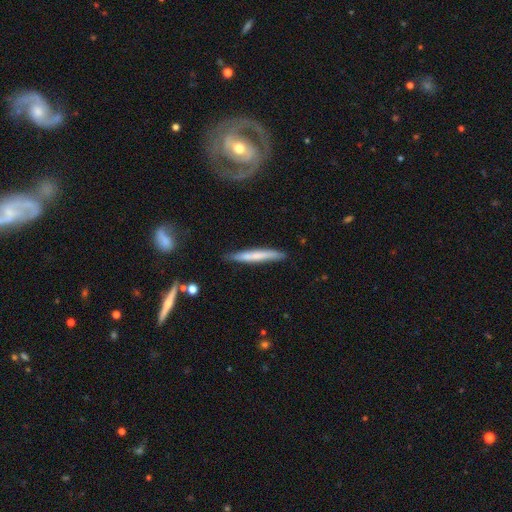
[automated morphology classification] Q: Smooth or featured?
A: smooth (62%); runner-up: featured or disk (32%)
Q: How rounded?
A: cigar-shaped (96%); runner-up: in between (3%)
Q: Merging?
A: none (83%); runner-up: minor disturbance (12%)